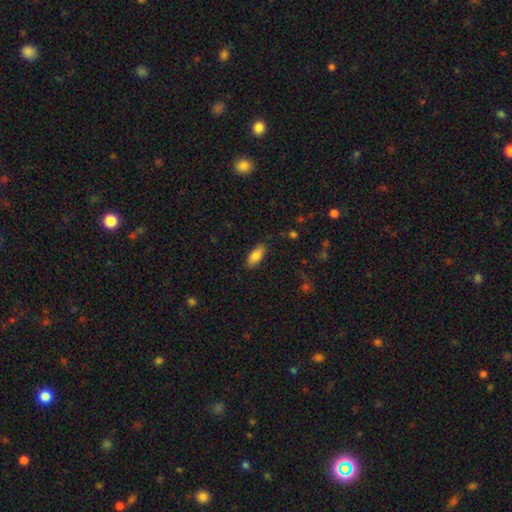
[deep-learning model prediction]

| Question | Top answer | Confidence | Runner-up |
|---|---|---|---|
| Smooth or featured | smooth | 82% | featured or disk (11%) |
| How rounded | in between | 84% | cigar-shaped (13%) |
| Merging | none | 85% | minor disturbance (11%) |